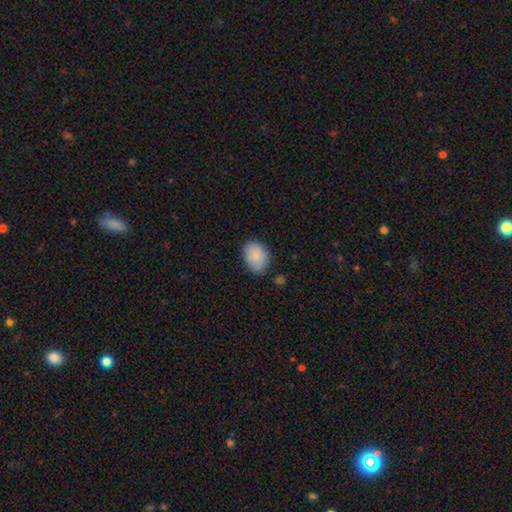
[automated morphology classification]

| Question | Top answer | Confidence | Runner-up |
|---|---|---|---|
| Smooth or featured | smooth | 86% | featured or disk (7%) |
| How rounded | in between | 73% | round (26%) |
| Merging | none | 75% | minor disturbance (18%) |